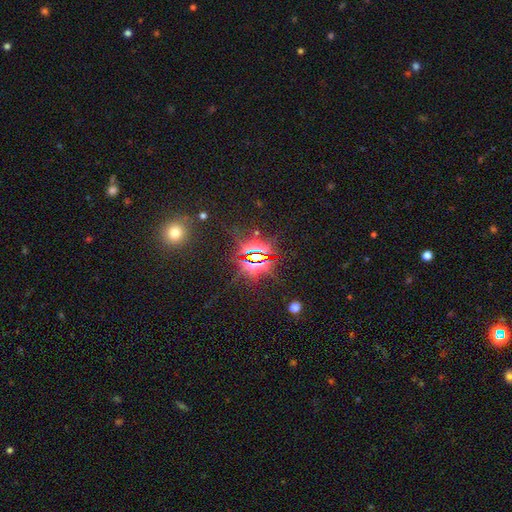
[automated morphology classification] smooth_or_featured: star or artifact (p=0.84) [alt: smooth p=0.08]